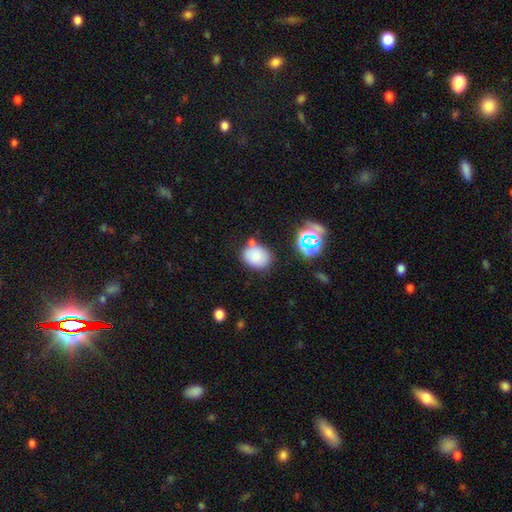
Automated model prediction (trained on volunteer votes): smooth 79%, star or artifact 12%, featured or disk 8%. Down the decision tree: how rounded — in between (50%); merging — none (68%).